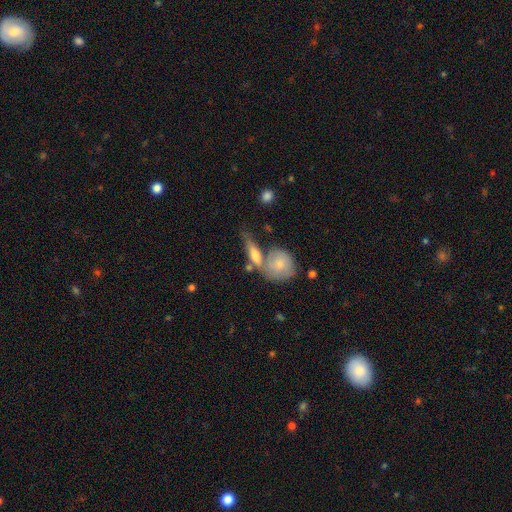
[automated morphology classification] Smooth or featured? smooth (47%)
Merging? none (45%)